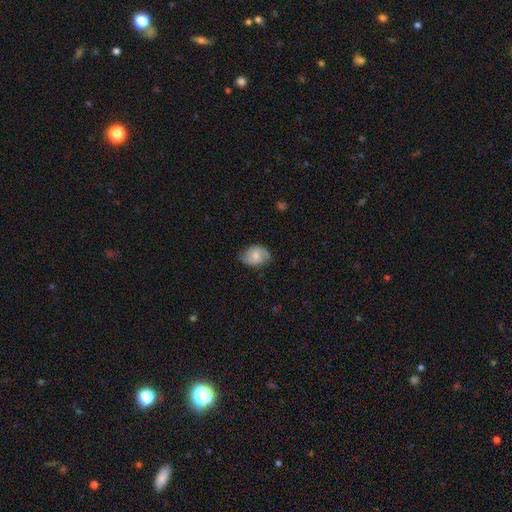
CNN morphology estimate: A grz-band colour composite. It shows a smooth galaxy with no disk features (55%) that is in between round and cigar-shaped (68%). Merging: none (69%).